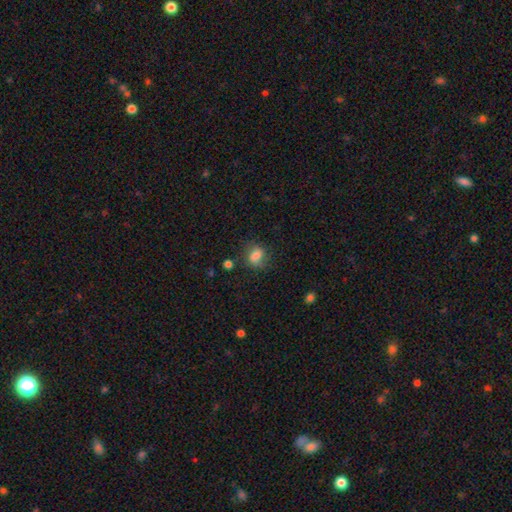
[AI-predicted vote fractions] This is likely a smooth galaxy (69%). How rounded: possibly round (53%). Merging: likely none (62%).